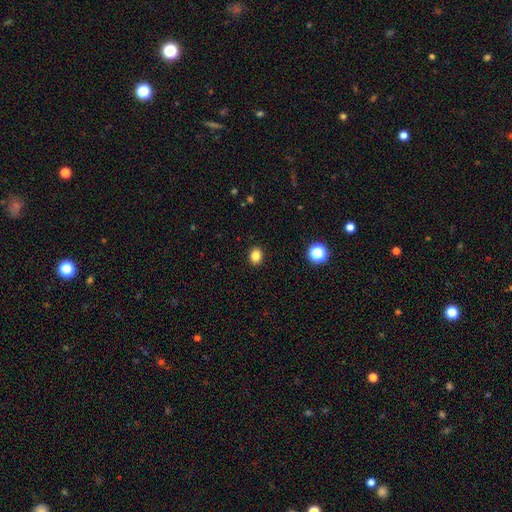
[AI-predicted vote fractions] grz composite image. It shows a smooth galaxy with no disk features (84%) that is in between round and cigar-shaped (54%). Merging: none (90%).